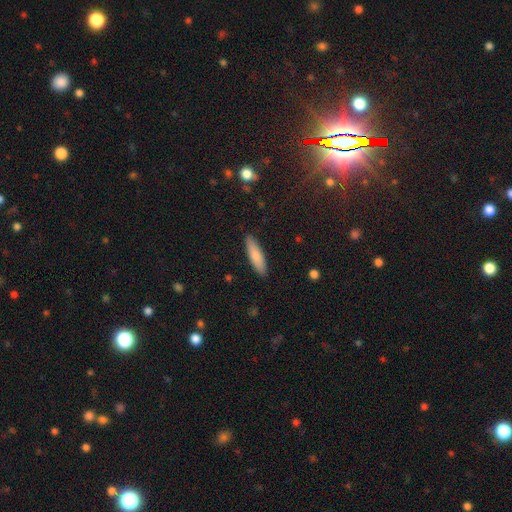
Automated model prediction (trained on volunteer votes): Smooth or featured: smooth — 82% (featured or disk — 12%)
How rounded: cigar-shaped — 63% (in between — 36%)
Merging: none — 89% (minor disturbance — 8%)